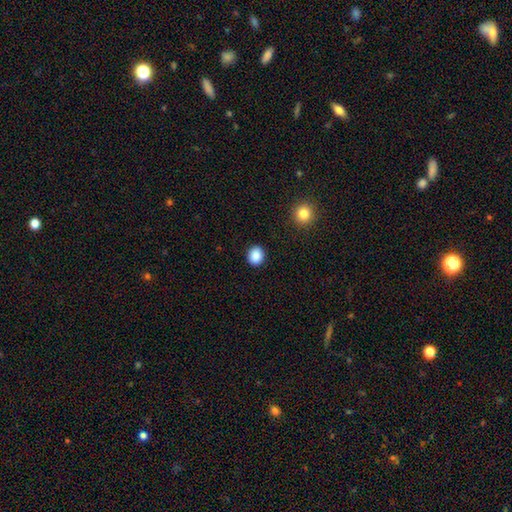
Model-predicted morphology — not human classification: This is clearly a smooth galaxy (88%). How rounded: likely round (72%). Merging: clearly none (90%).